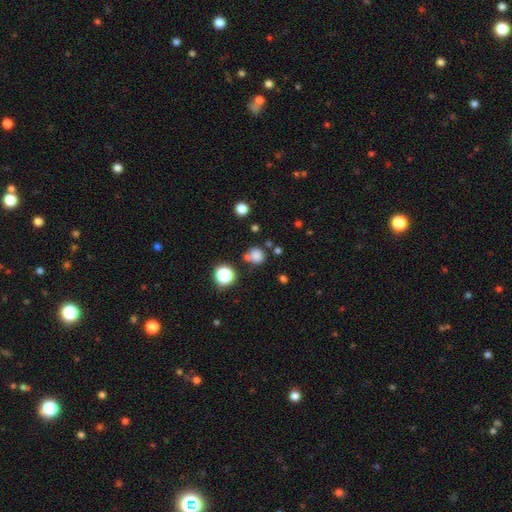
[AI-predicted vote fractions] smooth 78%, star or artifact 16%, featured or disk 5%. Down the decision tree: how rounded — round (87%); merging — none (69%).